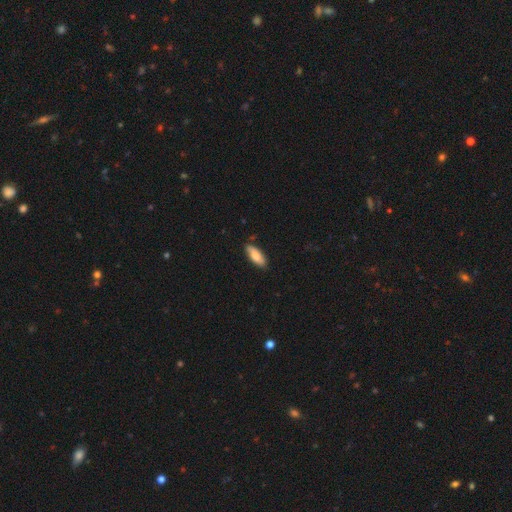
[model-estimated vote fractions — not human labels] Smooth or featured?
  - smooth: 83% *
  - featured or disk: 11%
  - star or artifact: 6%
How rounded?
  - in between: 73% *
  - cigar-shaped: 25%
  - round: 2%
Merging?
  - none: 83% *
  - minor disturbance: 14%
  - major disturbance: 2%
  - merger: 1%